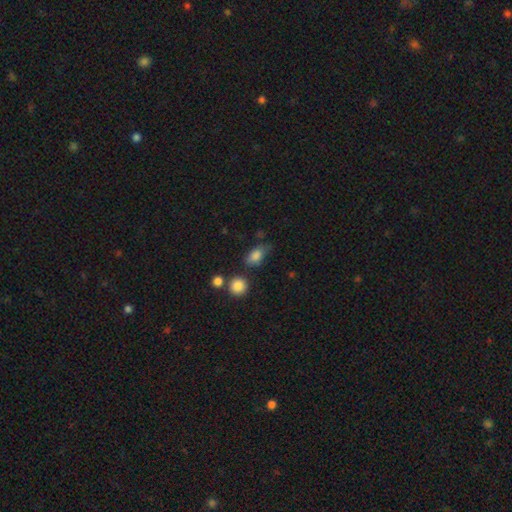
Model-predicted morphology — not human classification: Smooth or featured: smooth — 80% (featured or disk — 10%)
How rounded: in between — 79% (round — 15%)
Merging: none — 57% (minor disturbance — 27%)